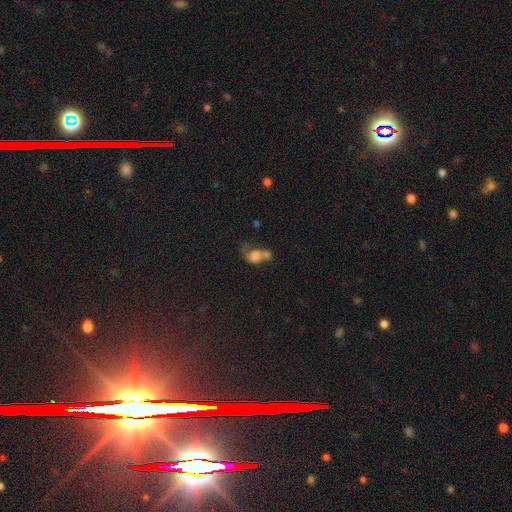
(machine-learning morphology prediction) A smooth galaxy with no disk features (52%) that is in between round and cigar-shaped (53%). Merging: merger (48%).